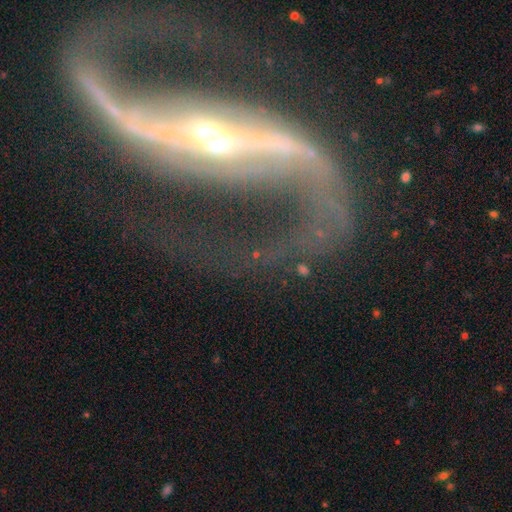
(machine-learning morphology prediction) The model was most divided on "bulge size": moderate: 48%, small: 34%, large: 9%, none: 5%, dominant: 4%. Remaining: edge-on disk — no (79%); smooth or featured — featured or disk (76%); spiral arms — yes (64%); merging — major disturbance (46%); bar — strong (46%).